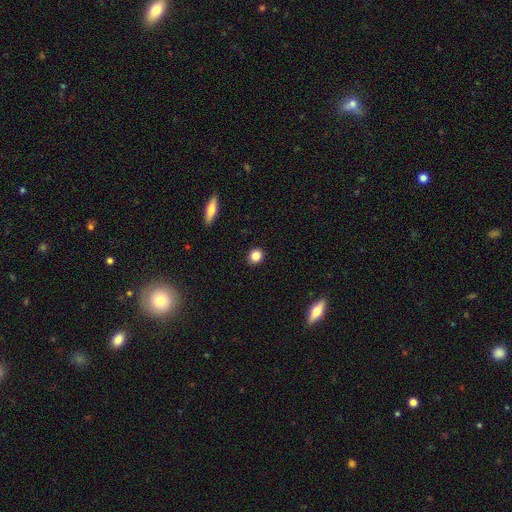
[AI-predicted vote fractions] This is clearly a smooth galaxy (85%). How rounded: clearly round (86%). Merging: clearly none (91%).